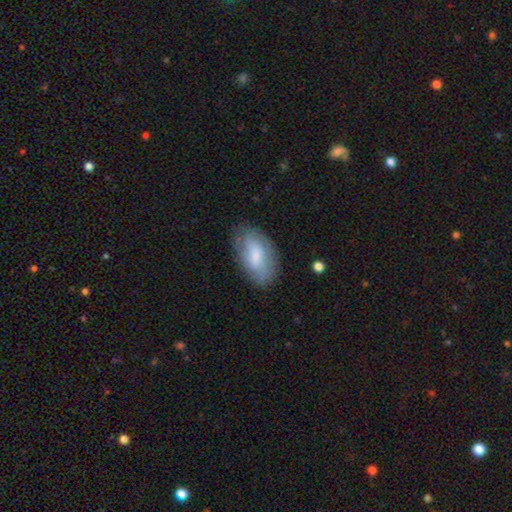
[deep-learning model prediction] Smooth or featured: smooth — 60% (featured or disk — 33%)
How rounded: in between — 93% (round — 4%)
Merging: none — 74% (minor disturbance — 19%)